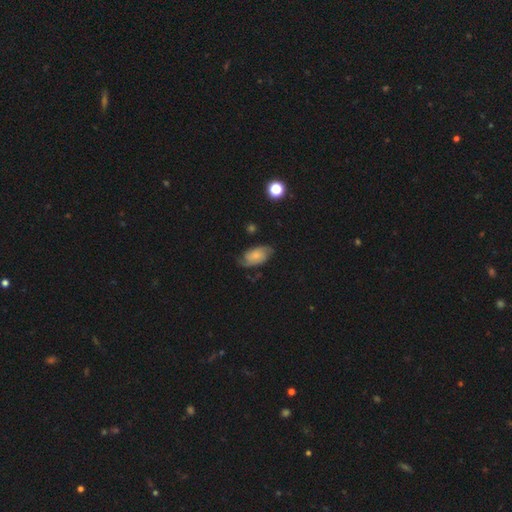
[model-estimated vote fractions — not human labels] Smooth or featured? featured or disk (54%)
Edge-on disk? no (95%)
Bar? no (72%)
Spiral arms? yes (90%)
Bulge size? small (59%)
Merging? none (68%)